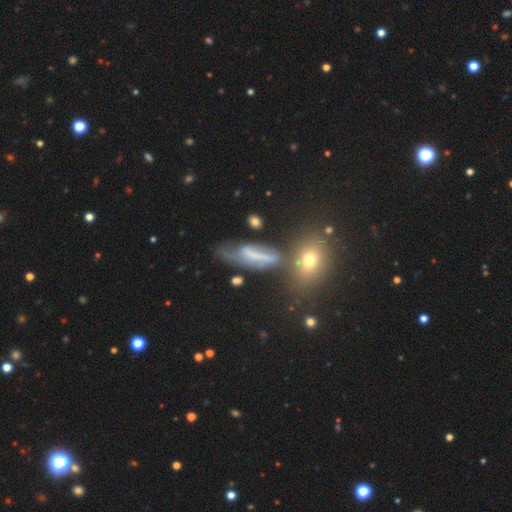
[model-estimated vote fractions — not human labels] Smooth or featured? featured or disk (51%)
Edge-on disk? no (65%)
Merging? none (42%)